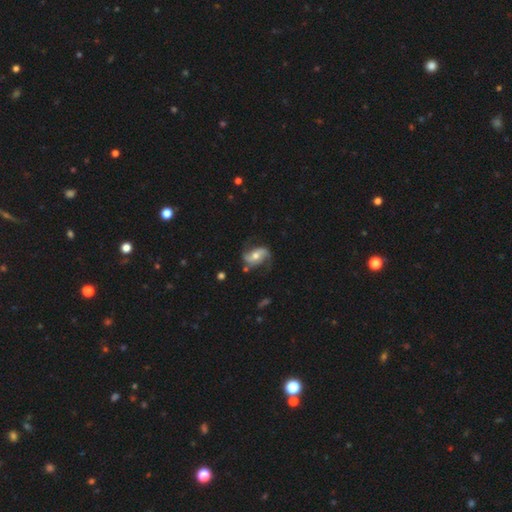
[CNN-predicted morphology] A featured or disk galaxy (77%) with no bar (48%), 2 (89%) loose (58%) spiral arms (93%) and a moderate central bulge (64%).

Vote fractions:
- Smooth or featured? featured or disk: 77% / smooth: 16% / star or artifact: 6%
- Edge-on disk? no: 96% / yes: 4%
- Bar? no: 48% / weak: 32% / strong: 20%
- Spiral arms? yes: 93% / no: 7%
- Spiral winding? loose: 58% / medium: 30% / tight: 11%
- Spiral arm count? 2: 89% / can't tell: 4% / 1: 3% / 3: 2% / 4: 1% / more than 4: 1%
- Bulge size? moderate: 64% / small: 28% / large: 5% / none: 2% / dominant: 1%
- Merging? none: 67% / minor disturbance: 20% / major disturbance: 10% / merger: 3%